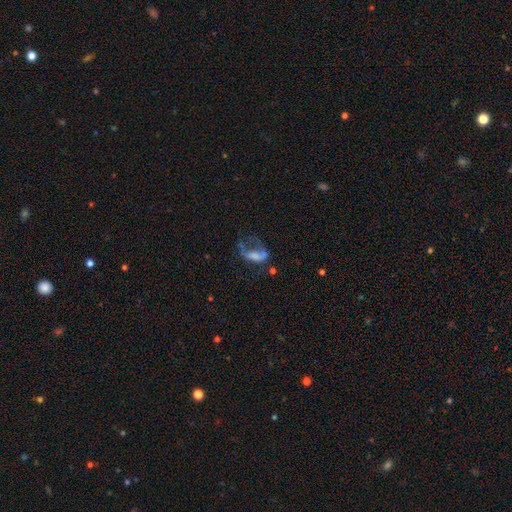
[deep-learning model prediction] This appears to be a featured or disk galaxy (46%). Merging: major disturbance (56%).